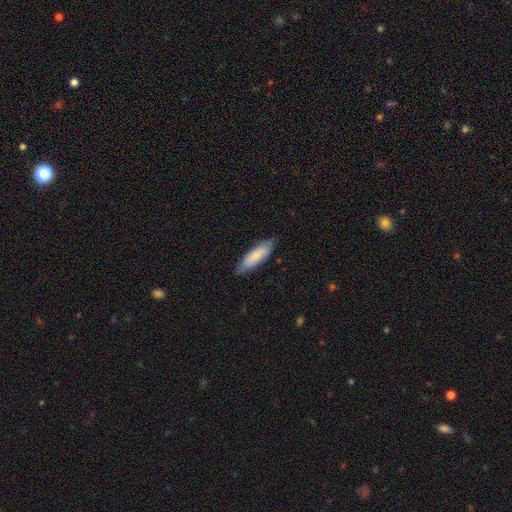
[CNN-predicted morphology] Smooth or featured? smooth (81%)
How rounded? cigar-shaped (52%)
Merging? none (83%)